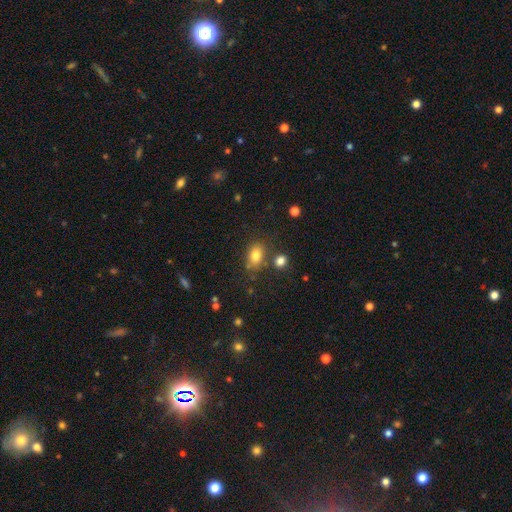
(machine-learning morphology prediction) Smooth or featured? Predicted: smooth (p=0.80). How rounded? Predicted: in between (p=0.73). Merging? Predicted: none (p=0.71).